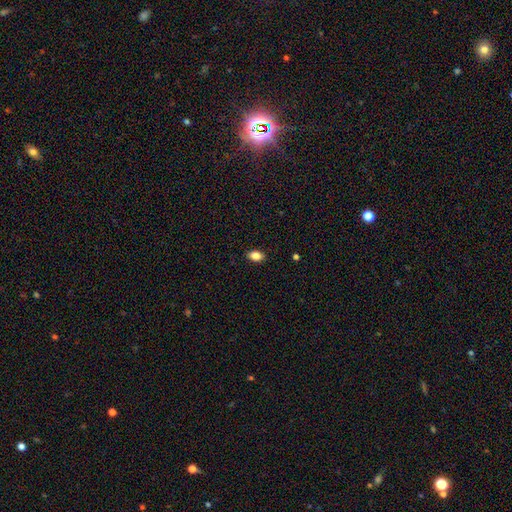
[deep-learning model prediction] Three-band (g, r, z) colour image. It shows a smooth galaxy with no disk features (85%) that is in between round and cigar-shaped (87%). Merging: none (89%).